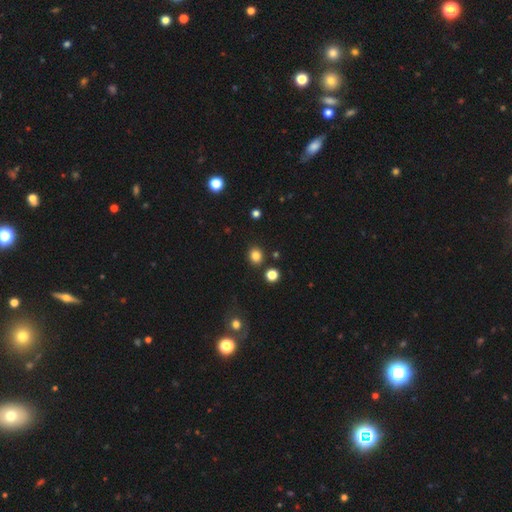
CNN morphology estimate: Overall: smooth (82%). How rounded: round (76%). Merging: none (87%).